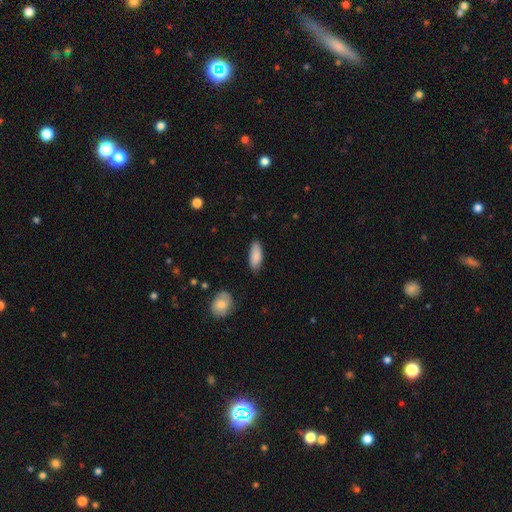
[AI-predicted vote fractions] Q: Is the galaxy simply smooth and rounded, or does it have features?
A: smooth — 88%.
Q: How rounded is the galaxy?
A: in between — 77%.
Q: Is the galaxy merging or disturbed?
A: none — 85%.